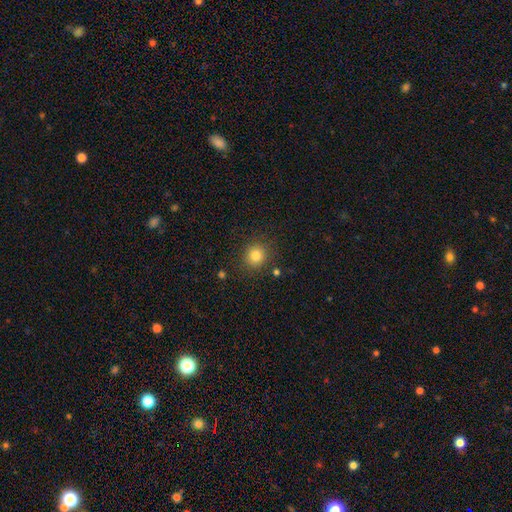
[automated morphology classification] type=smooth (82%); roundness=round (87%); merging=none (86%).